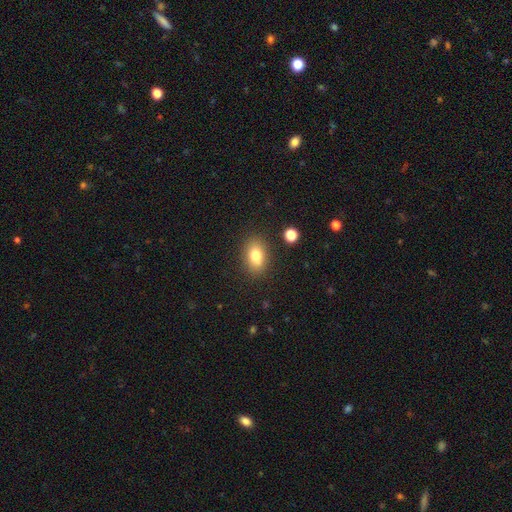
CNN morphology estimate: This is likely a smooth galaxy (77%). How rounded: likely in between (78%). Merging: clearly none (84%).